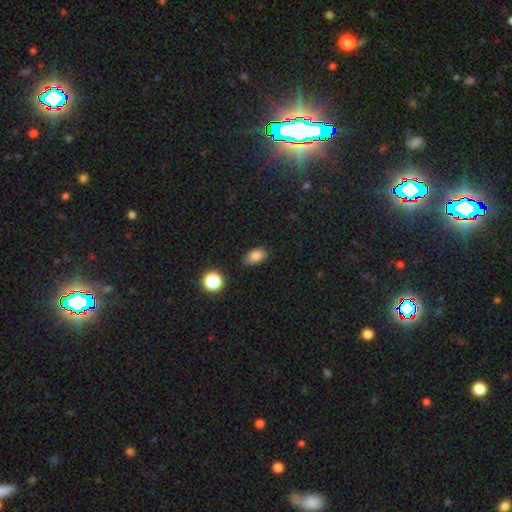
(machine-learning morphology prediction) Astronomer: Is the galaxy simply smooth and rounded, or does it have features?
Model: smooth — 81%.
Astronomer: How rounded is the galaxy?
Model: in between — 87%.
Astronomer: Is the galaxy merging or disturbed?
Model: none — 78%.